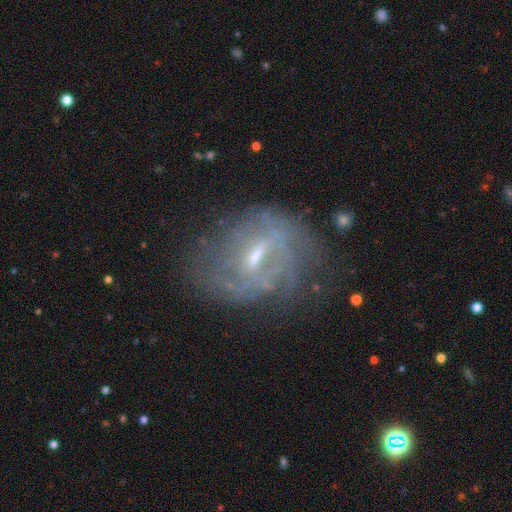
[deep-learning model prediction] Smooth or featured? Predicted: featured or disk (p=0.75). Edge-on disk? Predicted: no (p=0.95). Bar? Predicted: weak (p=0.53). Spiral arms? Predicted: yes (p=0.73). Spiral winding? Predicted: tight (p=0.48). Spiral arm count? Predicted: can't tell (p=0.50). Bulge size? Predicted: small (p=0.55). Merging? Predicted: none (p=0.62).